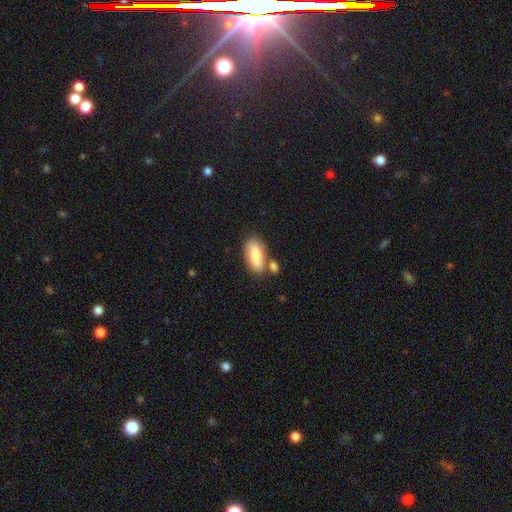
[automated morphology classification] This appears to be a smooth galaxy with no disk features (69%) that is in between round and cigar-shaped (88%). Merging: none (63%).